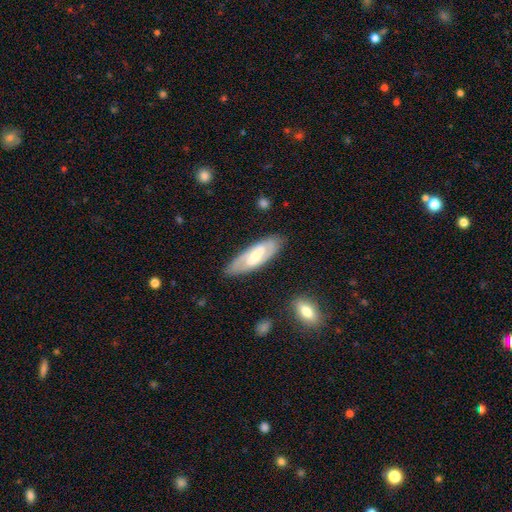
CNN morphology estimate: smooth_or_featured: featured or disk (p=0.69) [alt: smooth p=0.25]
disk_edge_on: no (p=0.86) [alt: yes p=0.14]
bar: strong (p=0.54) [alt: weak p=0.35]
has_spiral_arms: yes (p=0.78) [alt: no p=0.22]
bulge_size: moderate (p=0.43) [alt: small p=0.41]
merging: none (p=0.83) [alt: minor disturbance p=0.12]